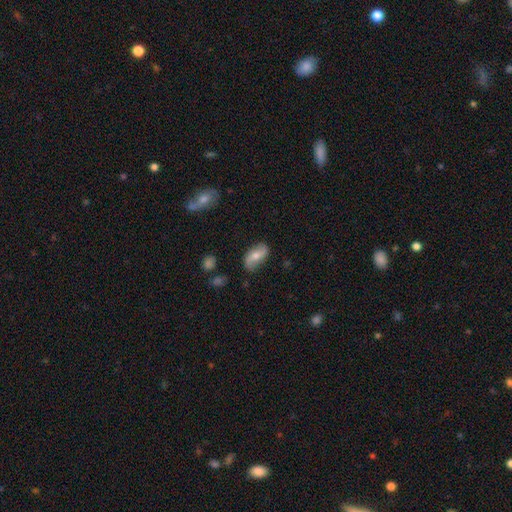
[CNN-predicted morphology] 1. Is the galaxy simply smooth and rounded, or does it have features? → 49% smooth, 44% featured or disk, 7% star or artifact.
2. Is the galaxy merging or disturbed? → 76% none, 18% minor disturbance, 4% major disturbance, 2% merger.